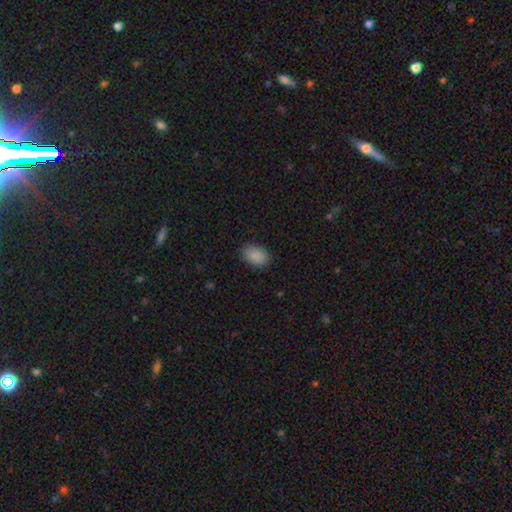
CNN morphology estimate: Smooth or featured?
  - smooth: 89% *
  - star or artifact: 8%
  - featured or disk: 3%
How rounded?
  - in between: 86% *
  - round: 13%
  - cigar-shaped: 1%
Merging?
  - none: 86% *
  - minor disturbance: 10%
  - major disturbance: 3%
  - merger: 1%